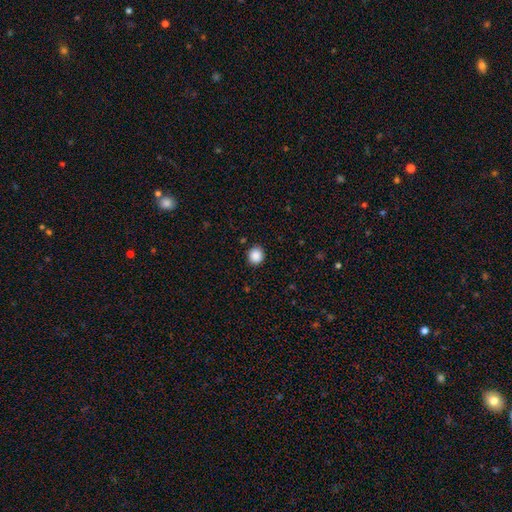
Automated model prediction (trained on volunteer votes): Morphology: type=smooth (88%); roundness=round (91%); merging=none (90%).